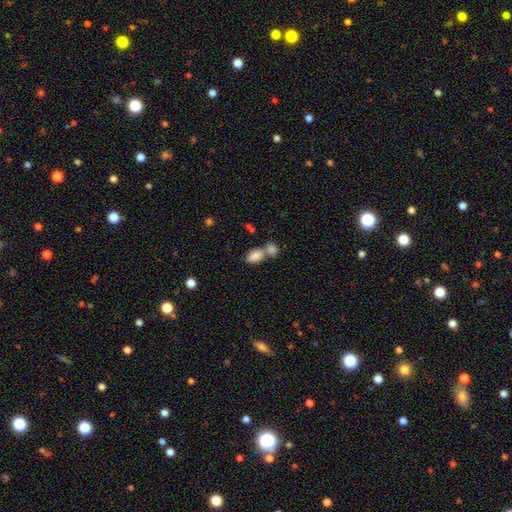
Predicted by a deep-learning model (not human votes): Overall: smooth (85%). How rounded: in between (90%). Merging: merger (52%; none 36%).